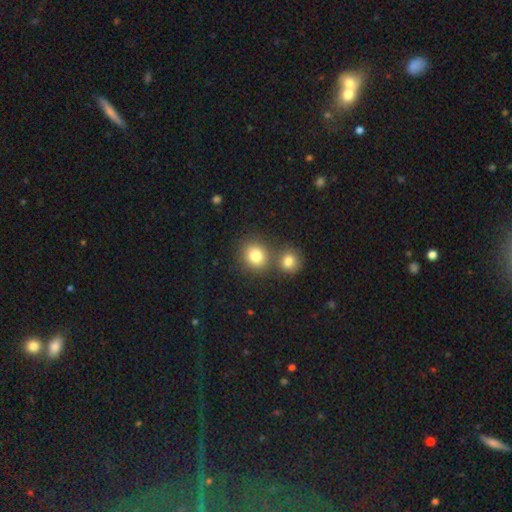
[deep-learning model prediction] Smooth or featured: smooth — 81% (star or artifact — 11%)
How rounded: round — 79% (in between — 20%)
Merging: none — 60% (merger — 29%)